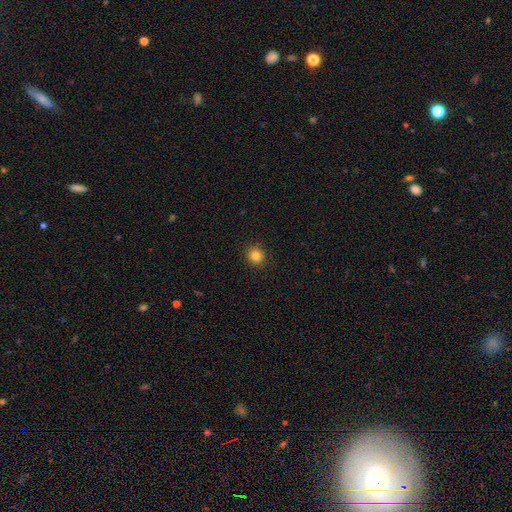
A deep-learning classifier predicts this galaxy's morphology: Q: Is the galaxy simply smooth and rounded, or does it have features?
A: smooth — 83%.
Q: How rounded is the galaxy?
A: round — 86%.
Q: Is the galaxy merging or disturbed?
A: none — 91%.